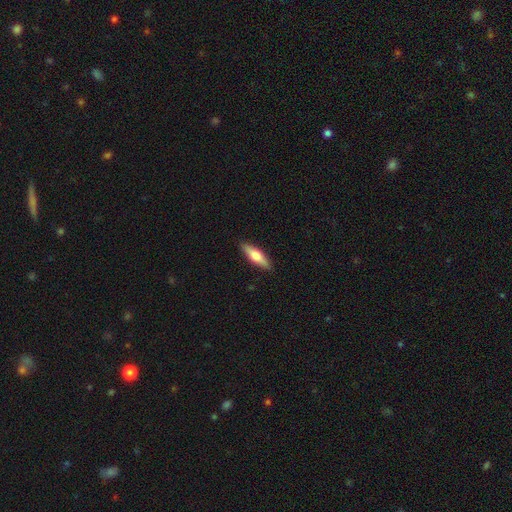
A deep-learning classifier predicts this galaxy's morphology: smooth_or_featured: smooth (p=0.59) [alt: featured or disk p=0.35]
how_rounded: cigar-shaped (p=0.59) [alt: in between p=0.39]
merging: none (p=0.90) [alt: minor disturbance p=0.08]